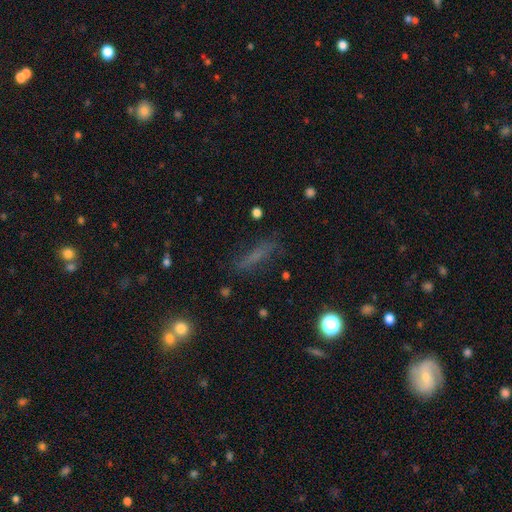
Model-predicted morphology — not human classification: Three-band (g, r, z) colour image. It shows a smooth galaxy with no disk features (55%) that is cigar-shaped (78%). Merging: none (72%).